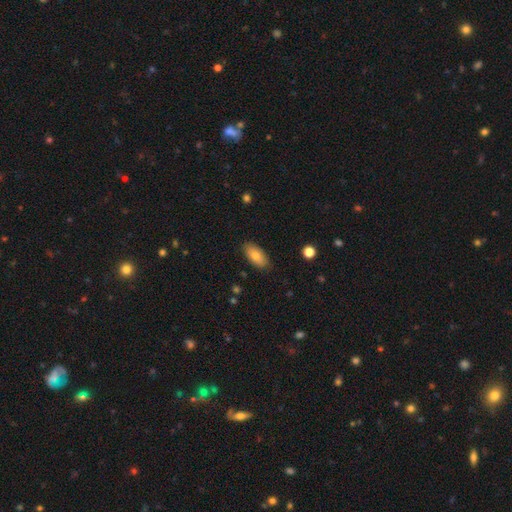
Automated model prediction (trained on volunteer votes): smooth-or-featured: smooth: 80% | featured or disk: 14% | star or artifact: 7%
  how-rounded: in between: 90% | cigar-shaped: 7% | round: 3%
  merging: none: 86% | minor disturbance: 11% | major disturbance: 2% | merger: 1%